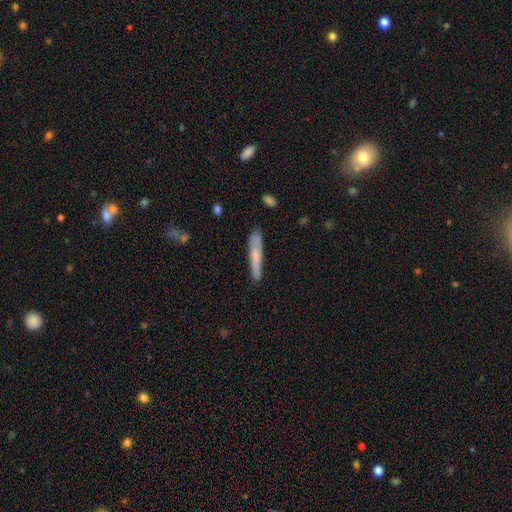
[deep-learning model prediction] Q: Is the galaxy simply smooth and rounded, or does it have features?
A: smooth — 62%.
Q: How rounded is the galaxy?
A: cigar-shaped — 94%.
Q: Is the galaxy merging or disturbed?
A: none — 79%.